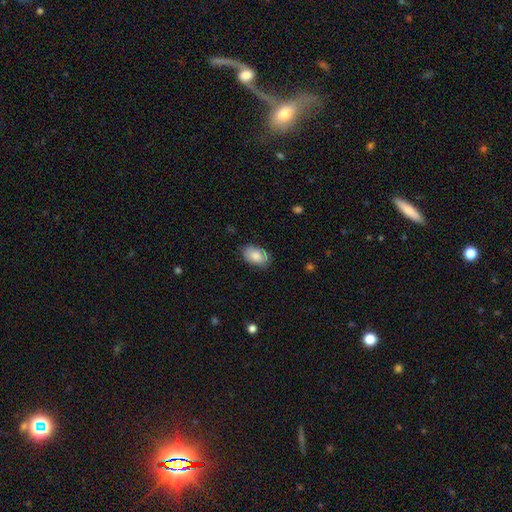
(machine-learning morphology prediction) Smooth or featured?
  - smooth: 82% *
  - featured or disk: 12%
  - star or artifact: 6%
How rounded?
  - in between: 92% *
  - round: 7%
  - cigar-shaped: 1%
Merging?
  - none: 79% *
  - minor disturbance: 16%
  - major disturbance: 3%
  - merger: 1%